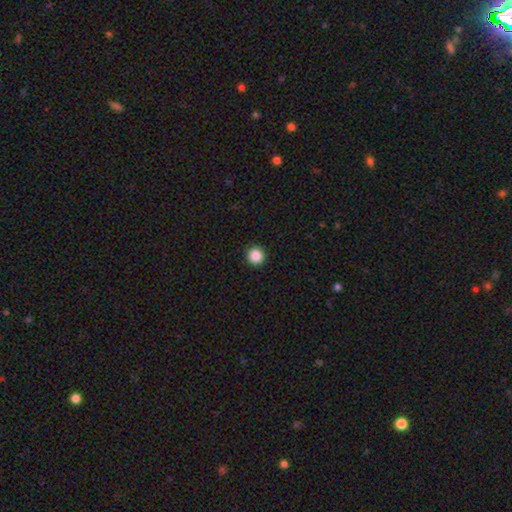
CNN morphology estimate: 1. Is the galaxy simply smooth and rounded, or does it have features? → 87% smooth, 10% star or artifact, 3% featured or disk.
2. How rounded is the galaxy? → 96% round, 3% in between, 1% cigar-shaped.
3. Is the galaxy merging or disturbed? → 93% none, 4% minor disturbance, 2% major disturbance, 1% merger.